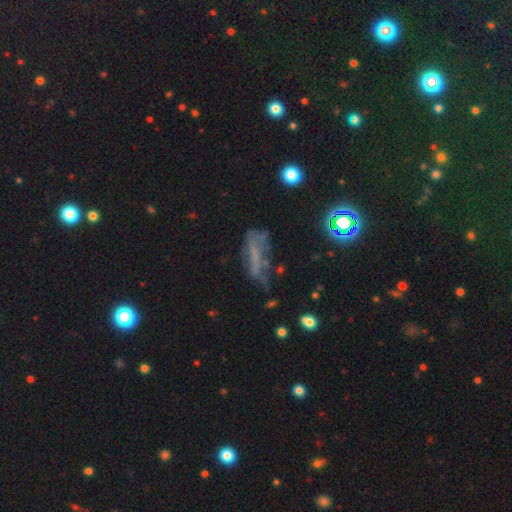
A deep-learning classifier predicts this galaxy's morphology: Q: Smooth or featured?
A: featured or disk (39%); runner-up: smooth (34%)
Q: Merging?
A: none (40%); runner-up: major disturbance (28%)